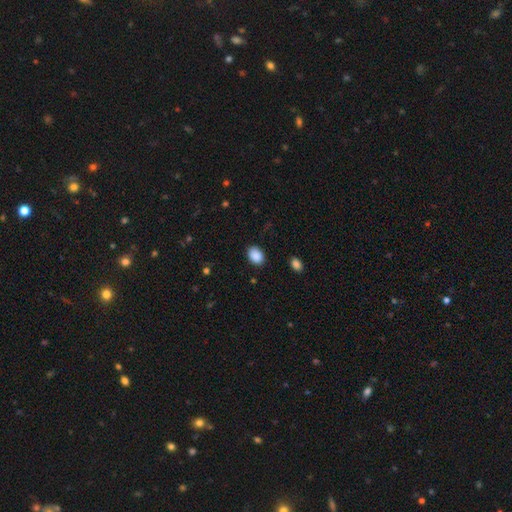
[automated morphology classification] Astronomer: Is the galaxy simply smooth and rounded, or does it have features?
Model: smooth — 90%.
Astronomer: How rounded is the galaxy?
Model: in between — 74%.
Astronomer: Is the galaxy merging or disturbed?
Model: none — 87%.